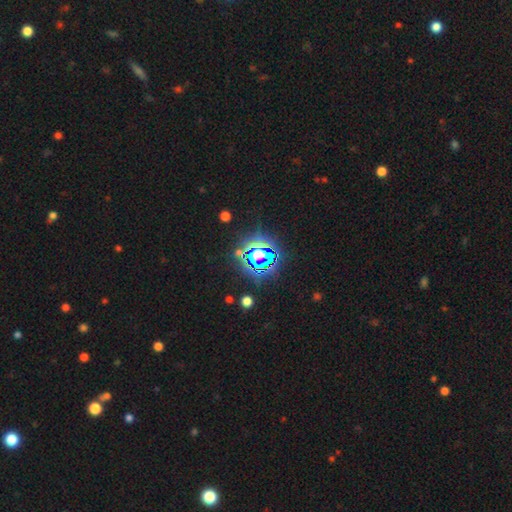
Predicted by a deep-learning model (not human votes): This appears to be a star or artifact, not a galaxy (80%).